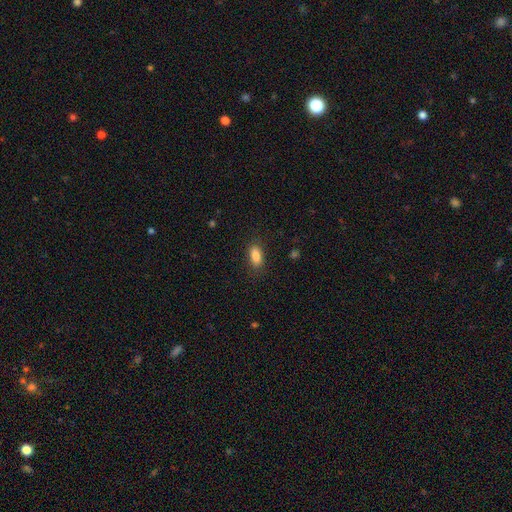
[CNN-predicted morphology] A smooth galaxy with no disk features (87%) that is in between round and cigar-shaped (87%).

Vote fractions:
- Smooth or featured? smooth: 87% / star or artifact: 8% / featured or disk: 5%
- How rounded? in between: 87% / cigar-shaped: 9% / round: 4%
- Merging? none: 83% / minor disturbance: 12% / major disturbance: 4% / merger: 1%